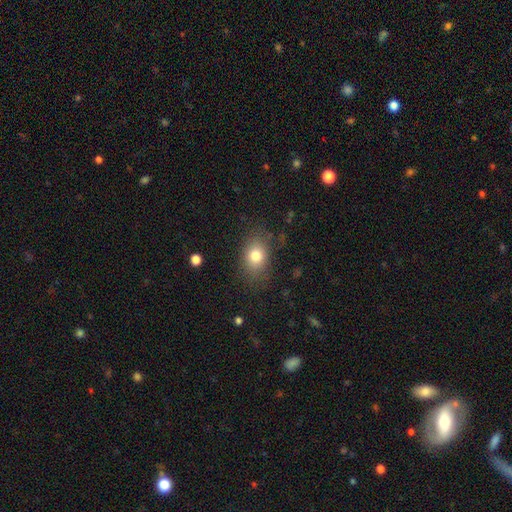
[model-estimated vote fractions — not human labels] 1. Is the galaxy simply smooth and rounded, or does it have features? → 78% smooth, 11% featured or disk, 11% star or artifact.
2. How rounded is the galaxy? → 68% in between, 30% round, 1% cigar-shaped.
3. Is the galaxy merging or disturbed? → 79% none, 14% minor disturbance, 6% major disturbance, 1% merger.